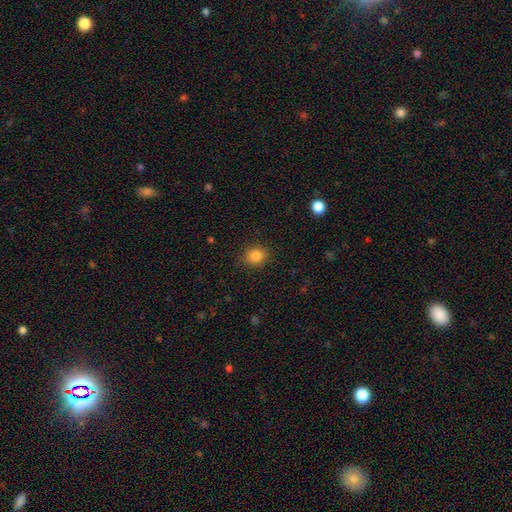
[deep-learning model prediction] Morphology: type=smooth (85%); roundness=round (75%); merging=none (88%).